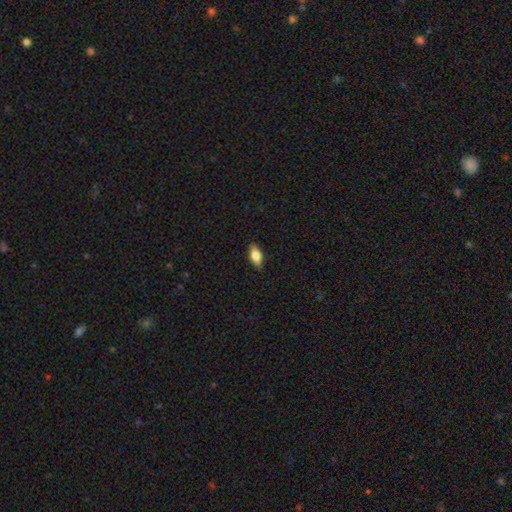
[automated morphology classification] Smooth or featured? smooth (74%)
How rounded? in between (85%)
Merging? none (87%)